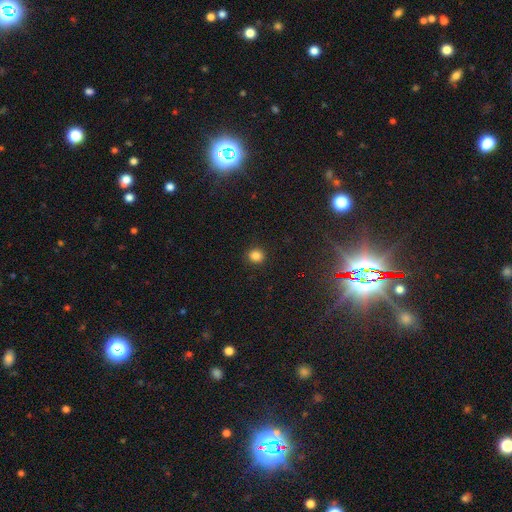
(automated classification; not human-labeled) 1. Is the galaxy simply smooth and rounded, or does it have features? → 84% smooth, 13% star or artifact, 3% featured or disk.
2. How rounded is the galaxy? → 90% round, 9% in between, 1% cigar-shaped.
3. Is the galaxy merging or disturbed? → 91% none, 6% minor disturbance, 2% major disturbance, 1% merger.